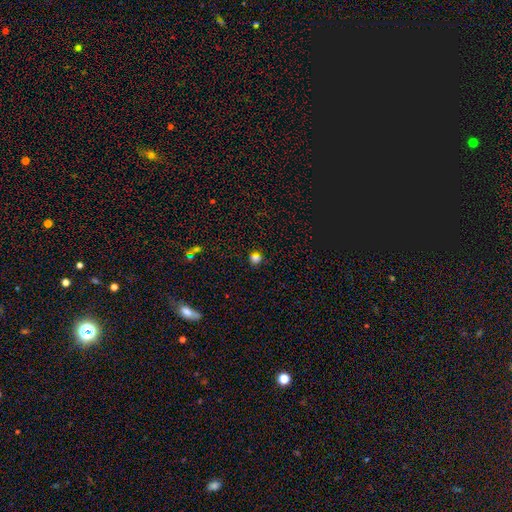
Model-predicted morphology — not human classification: Overall: smooth (76%). How rounded: round (85%). Merging: none (84%).